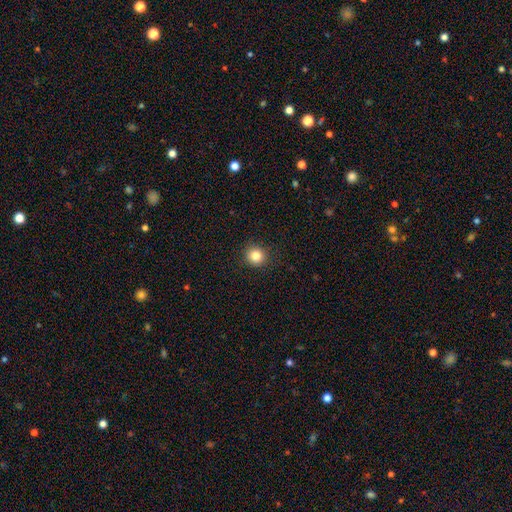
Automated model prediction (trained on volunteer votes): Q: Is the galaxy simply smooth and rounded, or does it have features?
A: smooth — 83%.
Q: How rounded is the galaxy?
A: round — 93%.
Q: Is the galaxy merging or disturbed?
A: none — 91%.